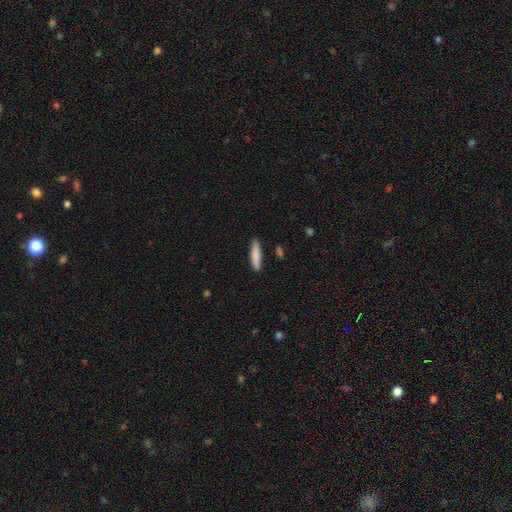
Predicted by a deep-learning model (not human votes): This appears to be a smooth galaxy with no disk features (83%) that is cigar-shaped (82%). Merging: none (86%).